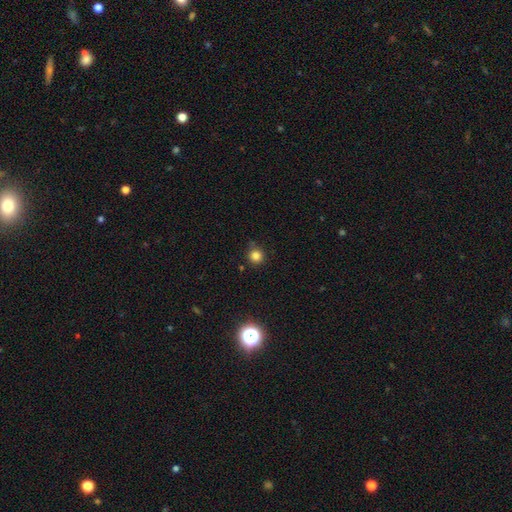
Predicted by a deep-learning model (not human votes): This appears to be a smooth galaxy with no disk features (81%) that is round (93%). Merging: none (79%).